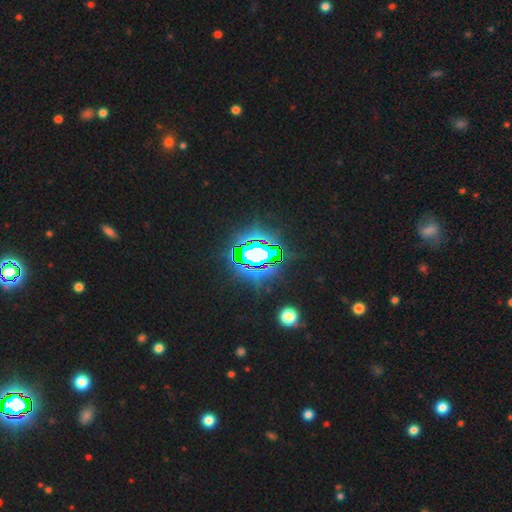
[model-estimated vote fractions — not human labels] Smooth or featured? star or artifact (75%)